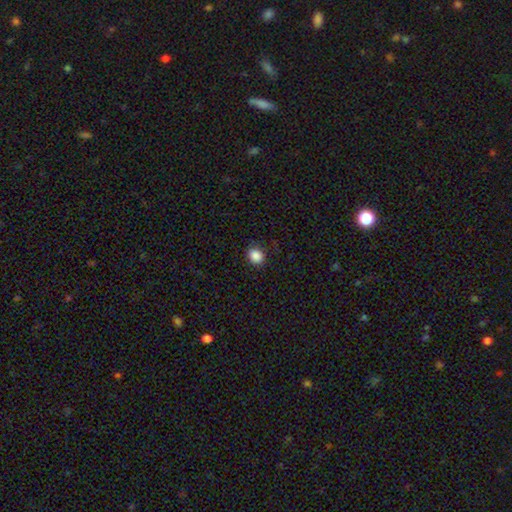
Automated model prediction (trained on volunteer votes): This is clearly a smooth galaxy (87%). How rounded: possibly round (57%). Merging: clearly none (87%).